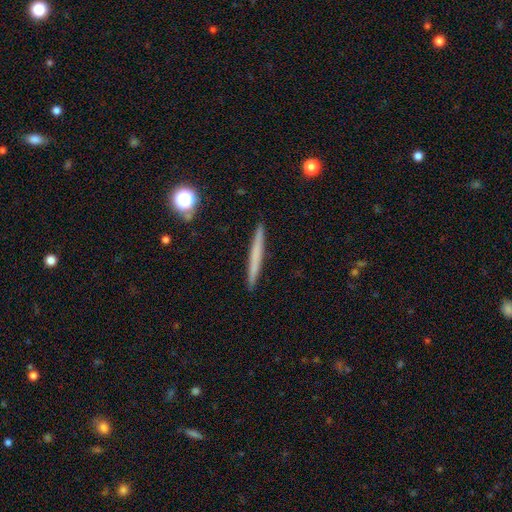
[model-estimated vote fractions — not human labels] A smooth galaxy with no disk features (60%) that is cigar-shaped (97%). Merging: none (92%).